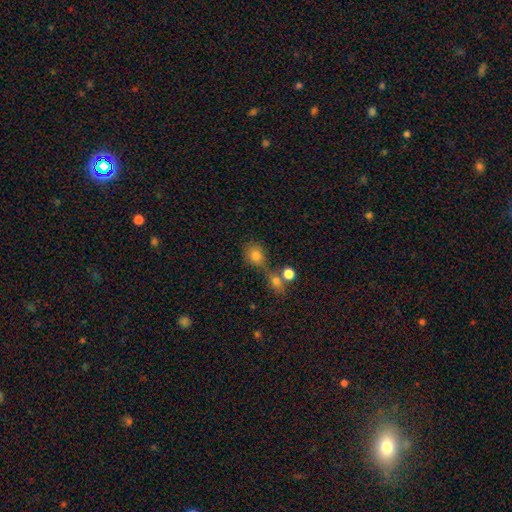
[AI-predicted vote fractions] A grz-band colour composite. It shows a smooth galaxy with no disk features (79%) that is round (71%). Merging: none (45%).